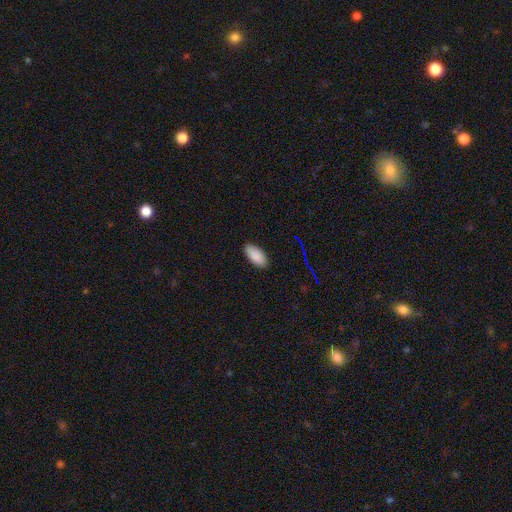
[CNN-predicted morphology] smooth_or_featured: smooth (p=0.89) [alt: star or artifact p=0.07]
how_rounded: in between (p=0.92) [alt: cigar-shaped p=0.06]
merging: none (p=0.88) [alt: minor disturbance p=0.09]